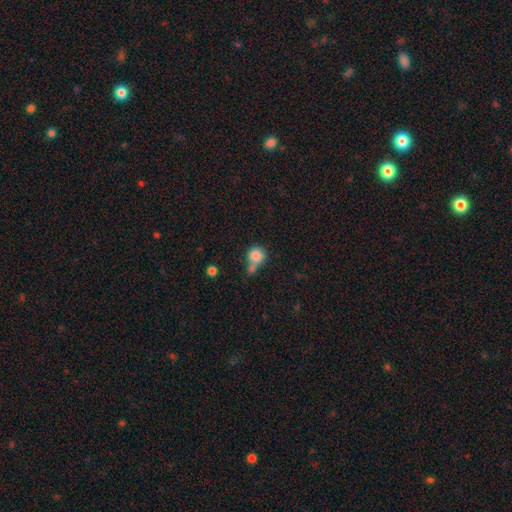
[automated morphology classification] Smooth or featured: smooth — 82% (star or artifact — 10%)
How rounded: round — 82% (in between — 17%)
Merging: merger — 41% (none — 38%)